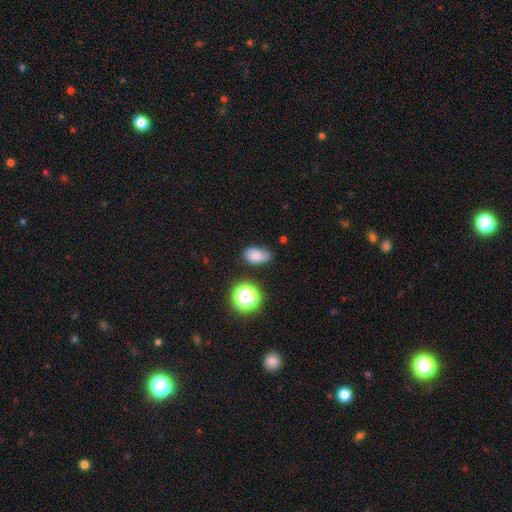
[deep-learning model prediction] smooth_or_featured: smooth (p=0.76) [alt: star or artifact p=0.14]
how_rounded: in between (p=0.85) [alt: round p=0.13]
merging: none (p=0.59) [alt: minor disturbance p=0.30]